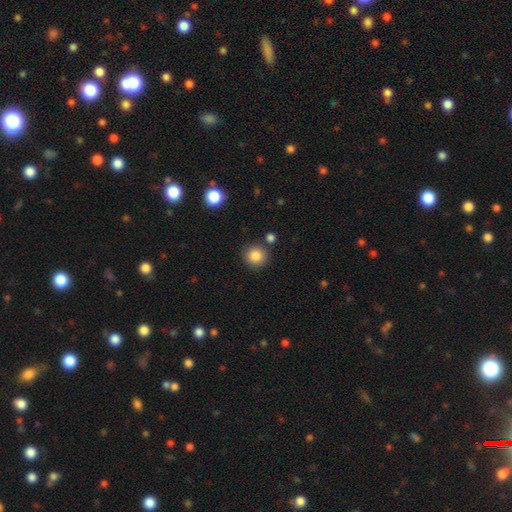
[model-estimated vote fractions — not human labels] The model was most divided on "merging": none: 84%, minor disturbance: 8%, merger: 6%, major disturbance: 2%. More confident: how rounded — round (91%); smooth or featured — smooth (86%).